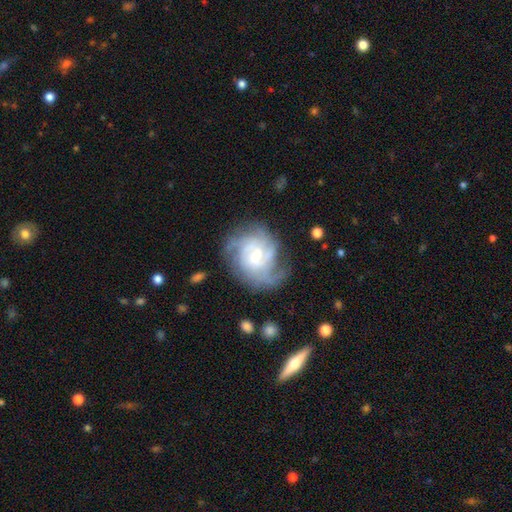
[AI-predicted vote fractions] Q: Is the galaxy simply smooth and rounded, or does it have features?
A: featured or disk — 84%.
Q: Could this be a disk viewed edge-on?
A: no — 98%.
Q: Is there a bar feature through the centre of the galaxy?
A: weak — 48%.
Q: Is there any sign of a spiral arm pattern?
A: yes — 95%.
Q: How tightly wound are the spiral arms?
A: tight — 52%.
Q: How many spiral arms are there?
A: can't tell — 31%.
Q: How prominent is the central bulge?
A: small — 50%.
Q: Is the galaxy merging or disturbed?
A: none — 61%.